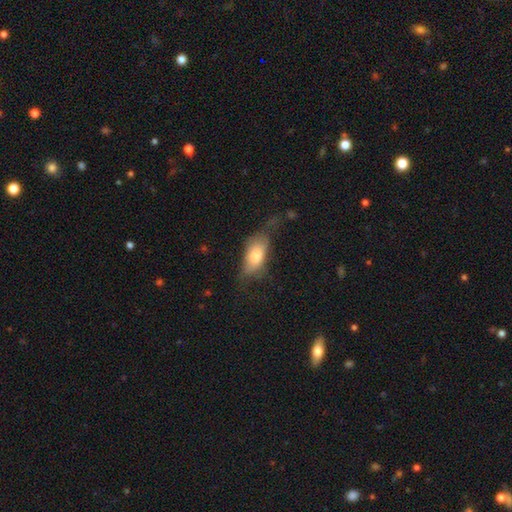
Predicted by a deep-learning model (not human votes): Smooth or featured?
  - smooth: 71% *
  - featured or disk: 22%
  - star or artifact: 7%
How rounded?
  - in between: 85% *
  - cigar-shaped: 11%
  - round: 4%
Merging?
  - none: 35% *
  - minor disturbance: 32%
  - major disturbance: 30%
  - merger: 3%